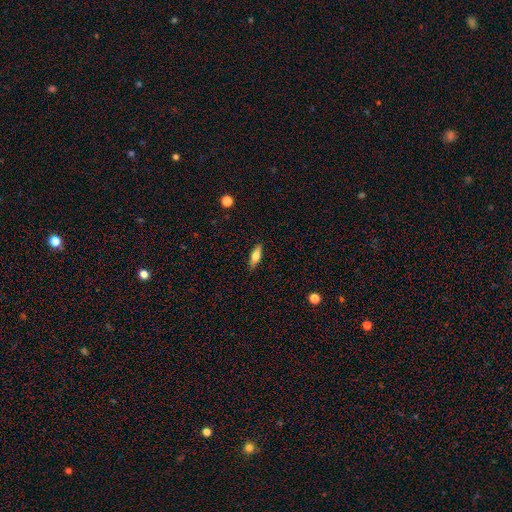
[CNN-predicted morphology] Q: Smooth or featured?
A: smooth (70%); runner-up: featured or disk (23%)
Q: How rounded?
A: in between (52%); runner-up: cigar-shaped (45%)
Q: Merging?
A: none (88%); runner-up: minor disturbance (9%)